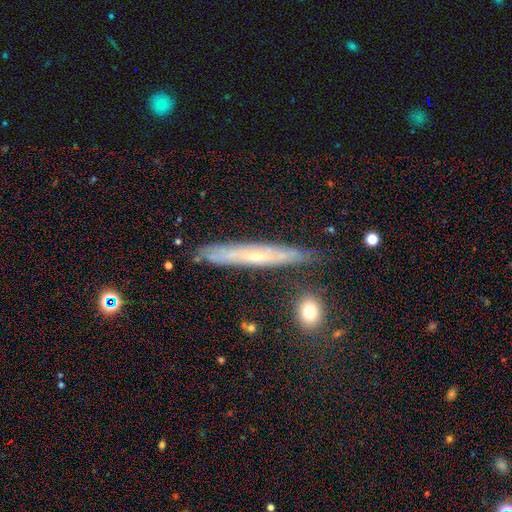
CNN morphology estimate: Smooth or featured? Predicted: featured or disk (p=0.66). Edge-on disk? Predicted: yes (p=0.76). Edge-on bulge? Predicted: none (p=0.49). Merging? Predicted: none (p=0.82).